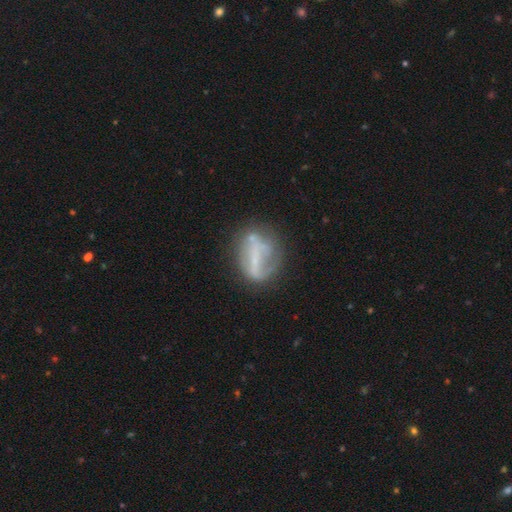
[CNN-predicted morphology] type=featured or disk (61%); edge-on=no (91%); bar=strong (52%); spiral arms=no (65%); bulge=small (44%); merging=none (53%).